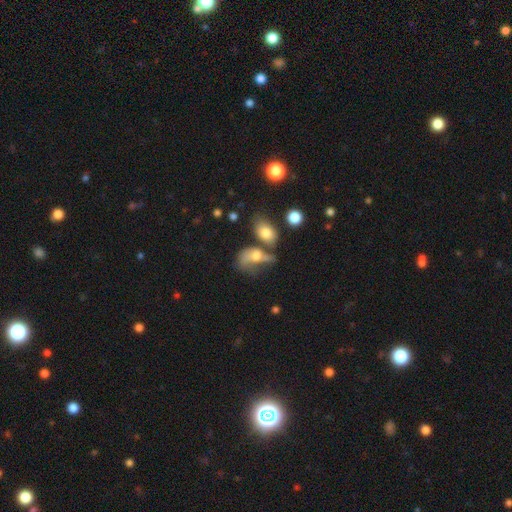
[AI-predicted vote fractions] This appears to be a smooth galaxy with no disk features (56%) that is in between round and cigar-shaped (81%). Merging: merger (41%).